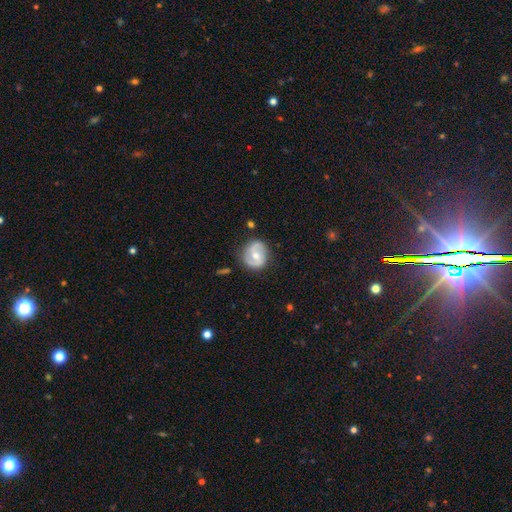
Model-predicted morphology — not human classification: This appears to be a featured or disk galaxy (68%) with no bar (46%), 2 (85%) medium (43%) spiral arms (83%) and a moderate central bulge (66%). Merging: none (78%).